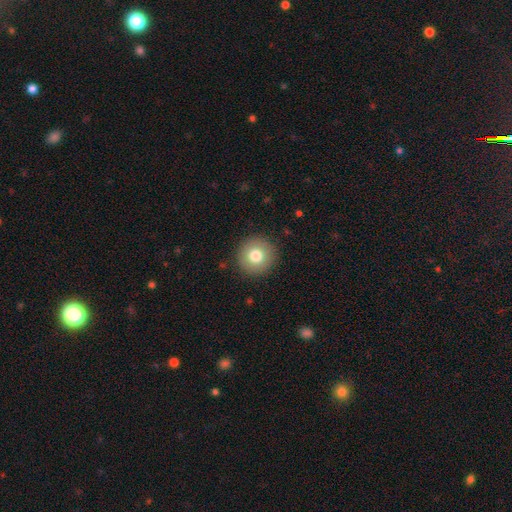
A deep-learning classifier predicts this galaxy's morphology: smooth 78%, featured or disk 12%, star or artifact 9%. Down the decision tree: how rounded — round (95%); merging — none (91%).